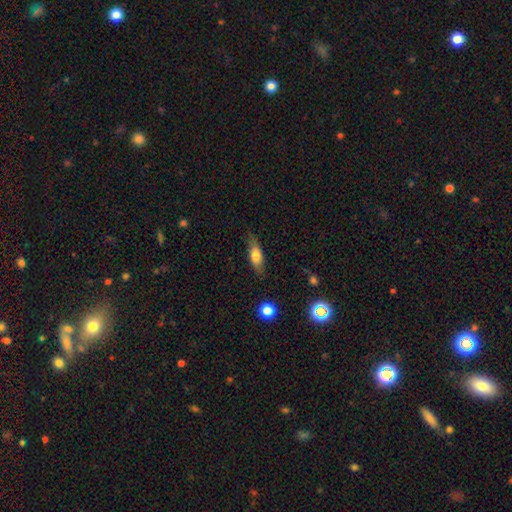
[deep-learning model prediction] Smooth or featured? Predicted: smooth (p=0.70). How rounded? Predicted: in between (p=0.63). Merging? Predicted: none (p=0.78).